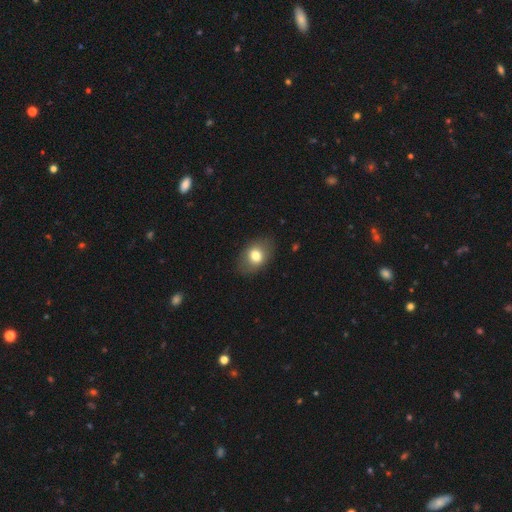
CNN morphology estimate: Smooth or featured? smooth (76%)
How rounded? in between (75%)
Merging? none (83%)